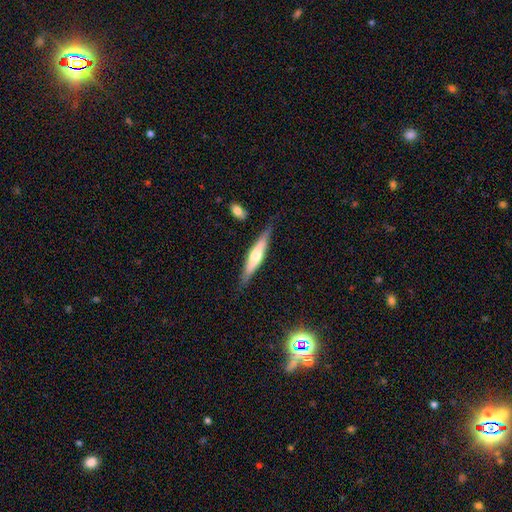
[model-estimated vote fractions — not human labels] The model was most divided on "smooth or featured": featured or disk: 53%, smooth: 41%, star or artifact: 6%. More confident: edge-on disk — yes (94%); merging — none (81%).